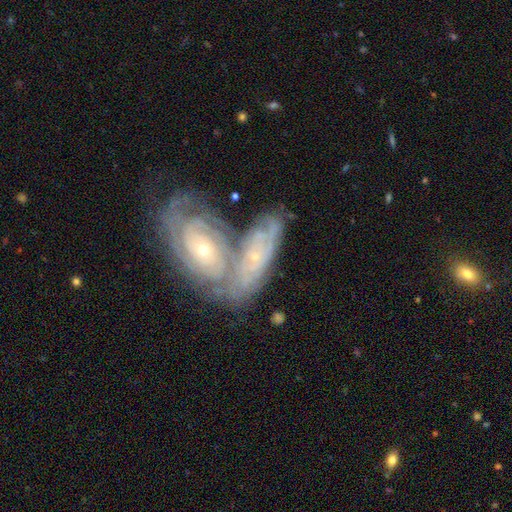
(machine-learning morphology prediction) Smooth or featured?
  - featured or disk: 79% *
  - smooth: 15%
  - star or artifact: 7%
Edge-on disk?
  - no: 90% *
  - yes: 10%
Bar?
  - no: 79% *
  - weak: 17%
  - strong: 5%
Spiral arms?
  - yes: 87% *
  - no: 13%
Spiral winding?
  - tight: 80% *
  - medium: 16%
  - loose: 4%
Spiral arm count?
  - can't tell: 56% *
  - 2: 13%
  - 3: 12%
  - 4: 9%
  - more than 4: 6%
  - 1: 5%
Bulge size?
  - small: 80% *
  - moderate: 16%
  - none: 2%
  - large: 1%
  - dominant: 1%
Merging?
  - merger: 48% *
  - none: 36%
  - minor disturbance: 11%
  - major disturbance: 5%